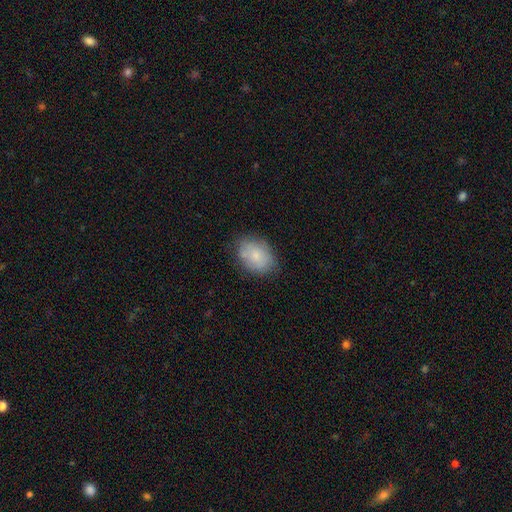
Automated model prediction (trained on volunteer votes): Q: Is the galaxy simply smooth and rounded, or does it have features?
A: smooth — 76%.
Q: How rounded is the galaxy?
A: in between — 76%.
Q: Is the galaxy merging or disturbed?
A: none — 74%.